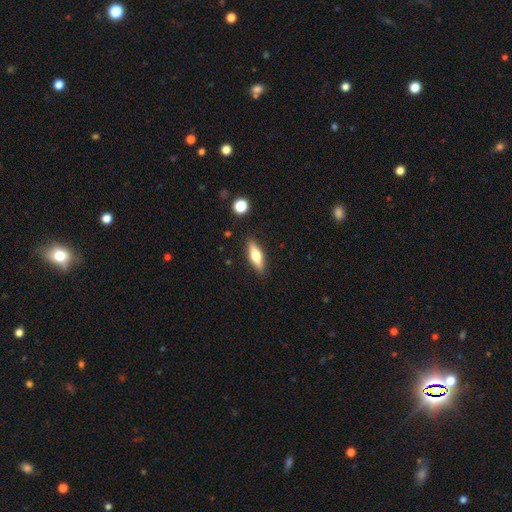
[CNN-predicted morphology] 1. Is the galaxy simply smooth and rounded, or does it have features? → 61% smooth, 33% featured or disk, 7% star or artifact.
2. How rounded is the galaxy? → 52% in between, 45% cigar-shaped, 3% round.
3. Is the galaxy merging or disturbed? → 87% none, 9% minor disturbance, 2% major disturbance, 2% merger.